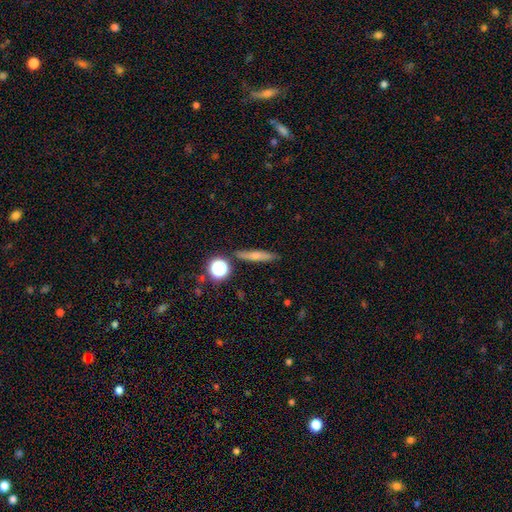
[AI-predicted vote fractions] smooth-or-featured: smooth: 62% | featured or disk: 27% | star or artifact: 12%
  how-rounded: cigar-shaped: 80% | in between: 12% | round: 8%
  merging: none: 84% | minor disturbance: 10% | merger: 3% | major disturbance: 3%